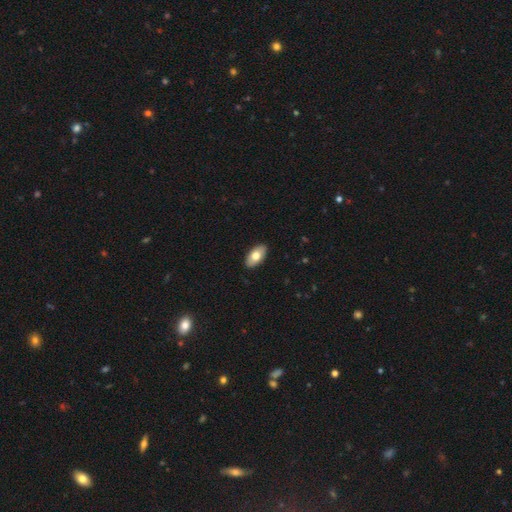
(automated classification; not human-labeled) A smooth galaxy with no disk features (75%) that is in between round and cigar-shaped (94%).

Vote fractions:
- Smooth or featured? smooth: 75% / featured or disk: 19% / star or artifact: 6%
- How rounded? in between: 94% / cigar-shaped: 3% / round: 3%
- Merging? none: 90% / minor disturbance: 8% / major disturbance: 2% / merger: 1%